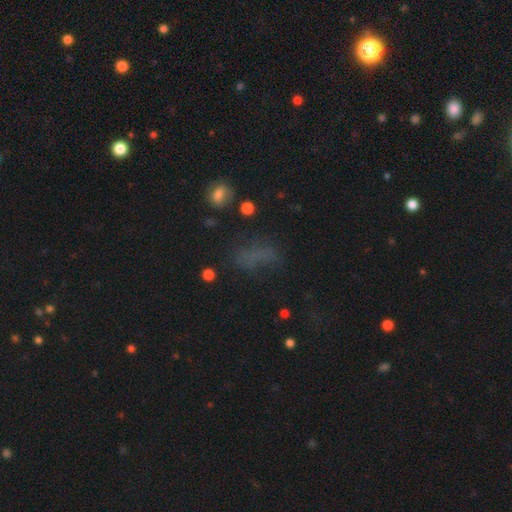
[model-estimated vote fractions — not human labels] smooth-or-featured: smooth: 52% | star or artifact: 32% | featured or disk: 16%
  how-rounded: in between: 67% | cigar-shaped: 21% | round: 13%
  merging: none: 53% | minor disturbance: 21% | major disturbance: 20% | merger: 5%